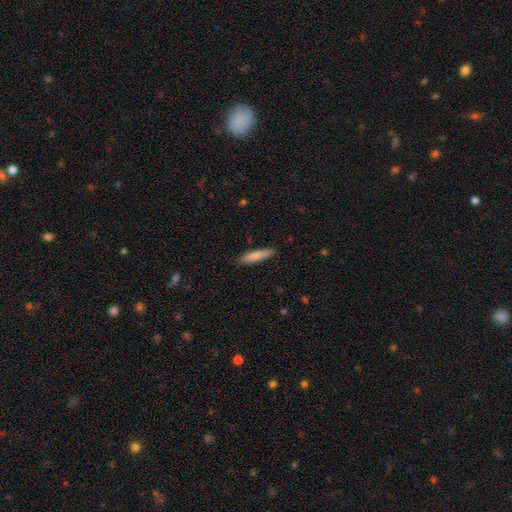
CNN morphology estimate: type=smooth (82%); roundness=cigar-shaped (76%); merging=none (88%).